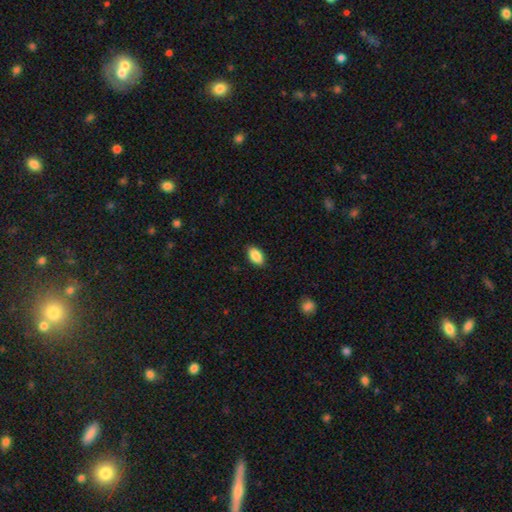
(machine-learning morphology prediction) This appears to be a smooth galaxy with no disk features (89%) that is in between round and cigar-shaped (93%). Merging: none (88%).